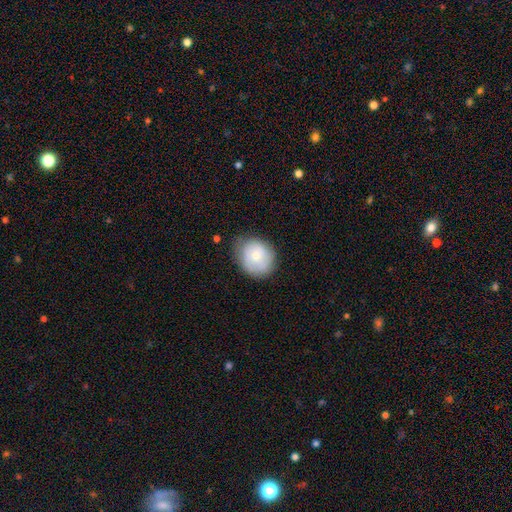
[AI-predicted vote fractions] smooth-or-featured: smooth: 66% | featured or disk: 27% | star or artifact: 7%
  how-rounded: round: 73% | in between: 26% | cigar-shaped: 1%
  merging: none: 68% | minor disturbance: 24% | major disturbance: 6% | merger: 2%